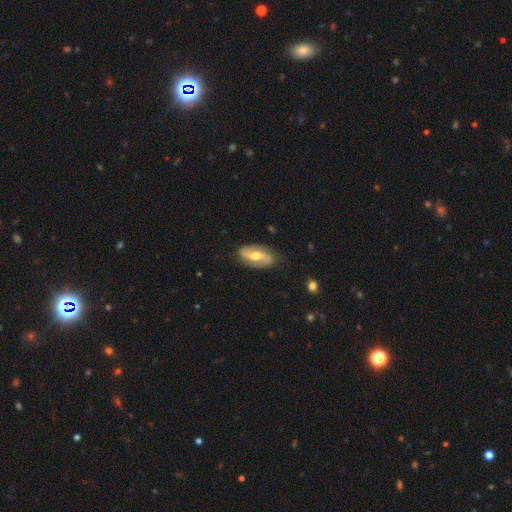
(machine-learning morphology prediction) type=featured or disk (77%); edge-on=no (94%); bar=weak (39%); spiral arms=yes (91%); winding=loose (43%); arm count=2 (90%); bulge=moderate (70%); merging=none (80%).